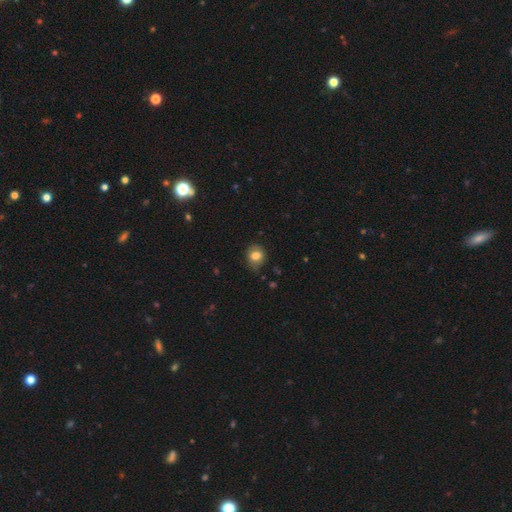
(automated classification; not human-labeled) Morphology: type=smooth (78%); roundness=round (59%); merging=none (74%).